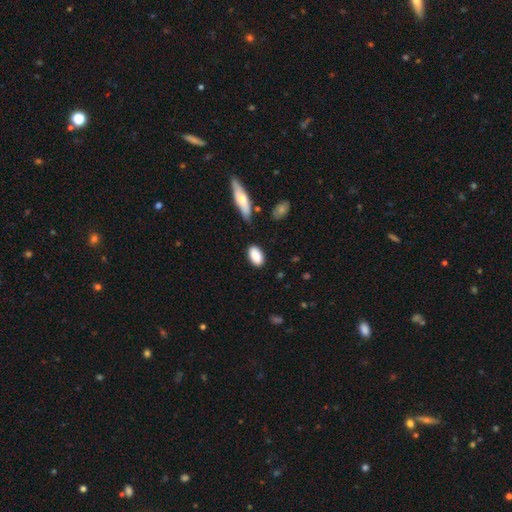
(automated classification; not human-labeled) The model was most divided on "merging": none: 83%, minor disturbance: 12%, major disturbance: 3%, merger: 3%. More confident: how rounded — in between (92%); smooth or featured — smooth (87%).